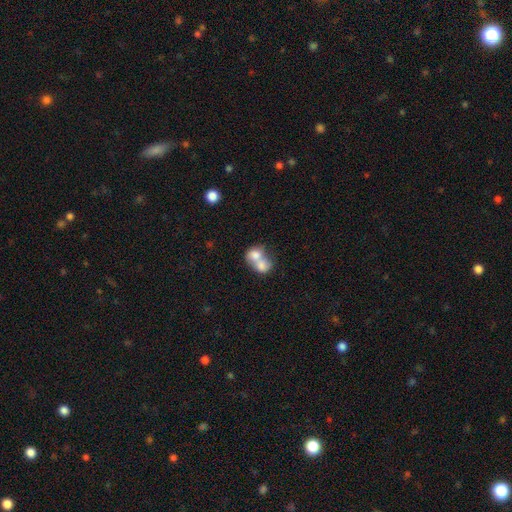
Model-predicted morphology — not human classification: Smooth or featured: smooth — 72% (featured or disk — 20%)
How rounded: round — 52% (in between — 47%)
Merging: merger — 78% (none — 14%)